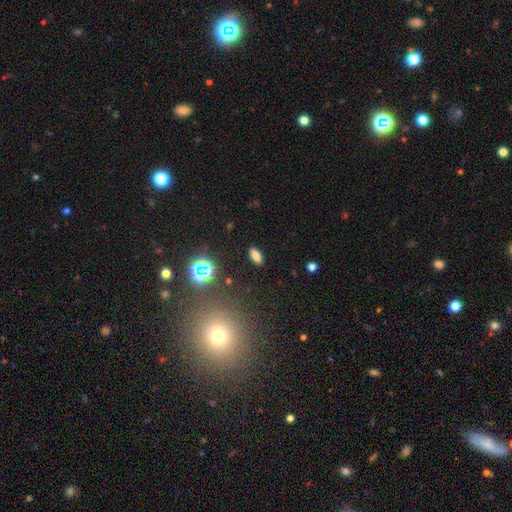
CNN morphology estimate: smooth-or-featured: smooth: 74% | star or artifact: 18% | featured or disk: 8%
  how-rounded: in between: 81% | cigar-shaped: 14% | round: 5%
  merging: none: 89% | minor disturbance: 7% | major disturbance: 2% | merger: 2%